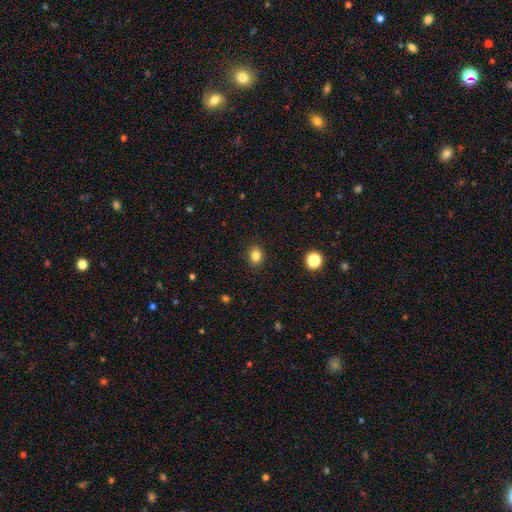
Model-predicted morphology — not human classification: smooth_or_featured: smooth (p=0.83) [alt: star or artifact p=0.12]
how_rounded: round (p=0.56) [alt: in between p=0.43]
merging: none (p=0.90) [alt: minor disturbance p=0.07]